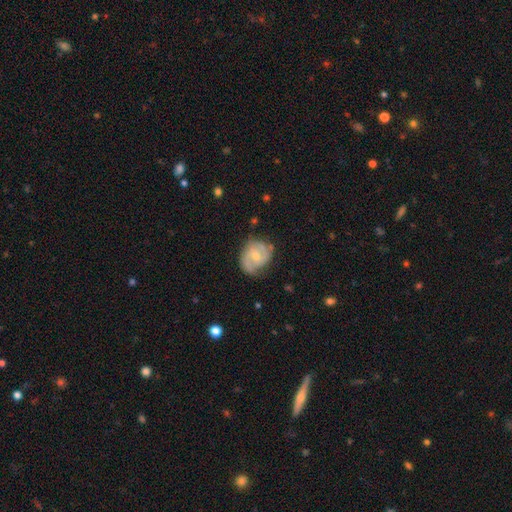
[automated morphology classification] featured or disk 74%, smooth 20%, star or artifact 6%. Down the decision tree: edge-on disk — no (98%); bar — no (57%); spiral arms — yes (92%); spiral arm count — 2 (73%); spiral winding — medium (44%); bulge size — small (53%); merging — none (67%).